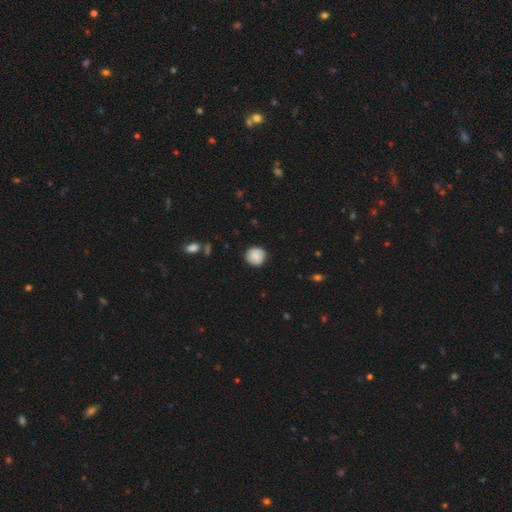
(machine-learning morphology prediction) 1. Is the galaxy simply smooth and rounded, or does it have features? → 83% smooth, 10% featured or disk, 7% star or artifact.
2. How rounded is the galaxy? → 94% round, 5% in between, 1% cigar-shaped.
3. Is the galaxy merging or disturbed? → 87% none, 10% minor disturbance, 2% major disturbance, 1% merger.